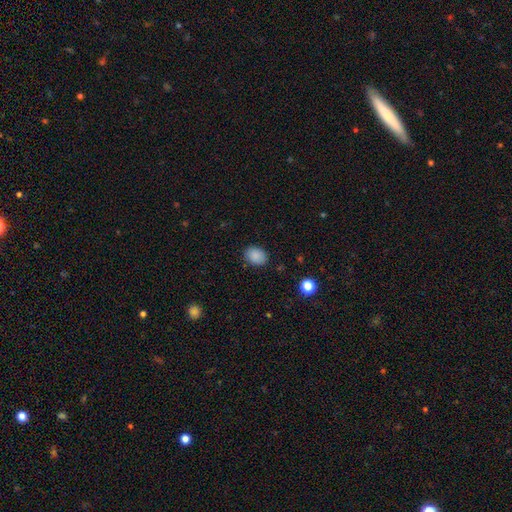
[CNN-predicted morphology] Smooth or featured? Predicted: smooth (p=0.87). How rounded? Predicted: in between (p=0.60). Merging? Predicted: none (p=0.85).